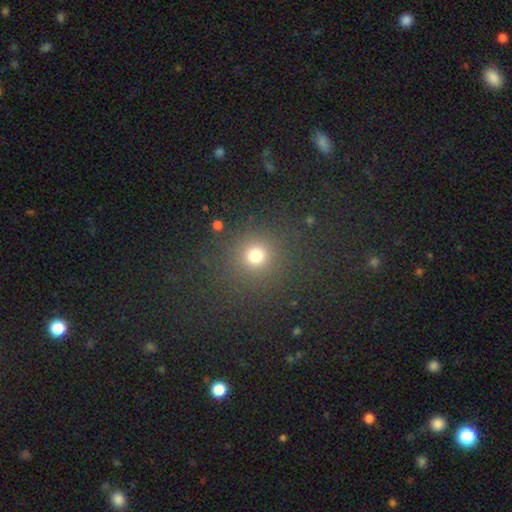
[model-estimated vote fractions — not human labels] Smooth or featured?
  - smooth: 72% *
  - star or artifact: 22%
  - featured or disk: 7%
How rounded?
  - round: 90% *
  - in between: 9%
  - cigar-shaped: 1%
Merging?
  - none: 85% *
  - minor disturbance: 7%
  - major disturbance: 5%
  - merger: 2%